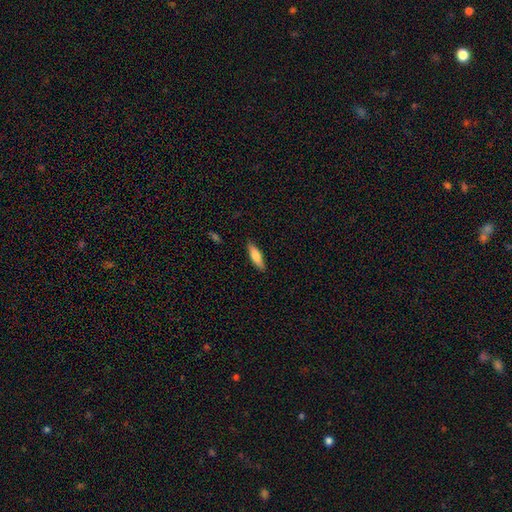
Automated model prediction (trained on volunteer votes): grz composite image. It shows a smooth galaxy with no disk features (80%) that is cigar-shaped (56%). Merging: none (88%).